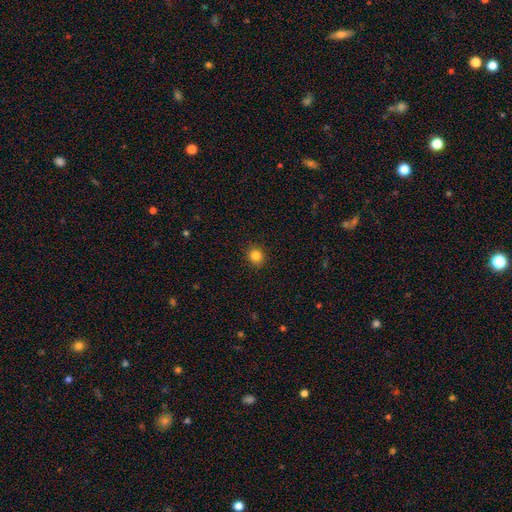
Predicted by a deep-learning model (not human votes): This appears to be a smooth galaxy with no disk features (84%) that is round (82%). Merging: none (90%).